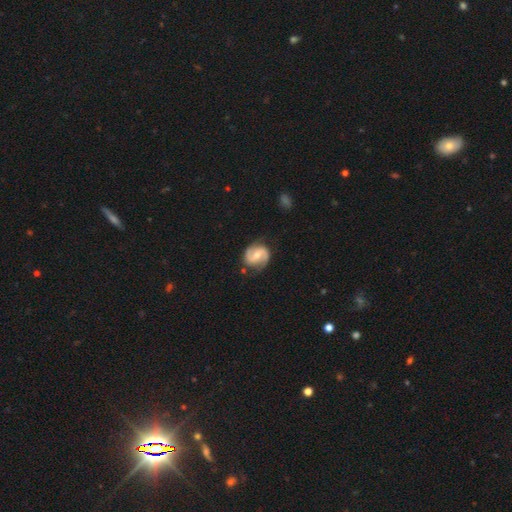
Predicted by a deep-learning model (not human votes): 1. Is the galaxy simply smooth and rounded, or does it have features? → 84% featured or disk, 11% smooth, 5% star or artifact.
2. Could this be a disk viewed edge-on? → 98% no, 2% yes.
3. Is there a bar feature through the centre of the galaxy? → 48% weak, 27% no, 25% strong.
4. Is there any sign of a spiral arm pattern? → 96% yes, 4% no.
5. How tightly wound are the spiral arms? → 50% medium, 25% tight, 25% loose.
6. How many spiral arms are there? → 92% 2, 3% can't tell, 2% 1, 1% 3, 1% 4, 1% more than 4.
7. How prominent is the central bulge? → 57% moderate, 35% small, 3% none, 3% large, 1% dominant.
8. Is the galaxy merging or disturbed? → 78% none, 16% minor disturbance, 4% major disturbance, 2% merger.